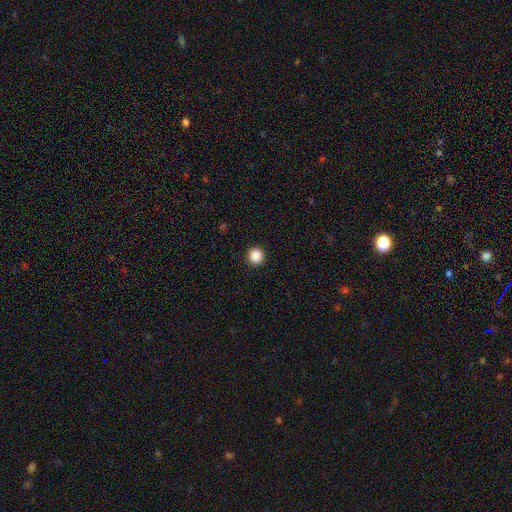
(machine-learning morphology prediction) type=smooth (88%); roundness=round (94%); merging=none (93%).